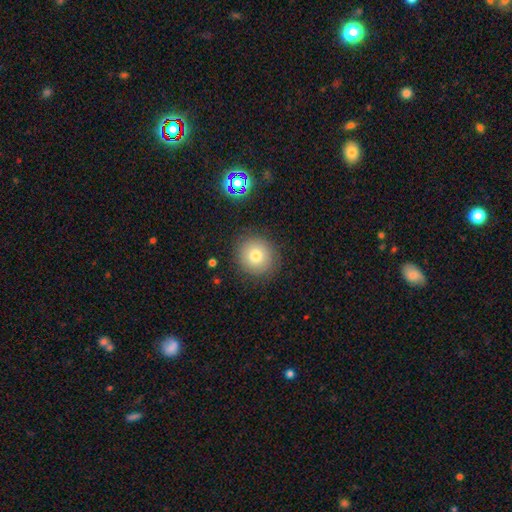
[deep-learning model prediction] Smooth or featured: smooth — 75% (featured or disk — 14%)
How rounded: round — 91% (in between — 8%)
Merging: none — 86% (minor disturbance — 10%)